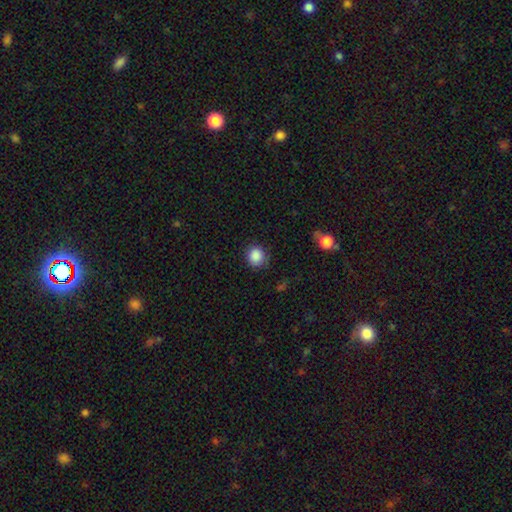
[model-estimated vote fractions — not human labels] Smooth or featured? smooth (87%)
How rounded? round (87%)
Merging? none (81%)